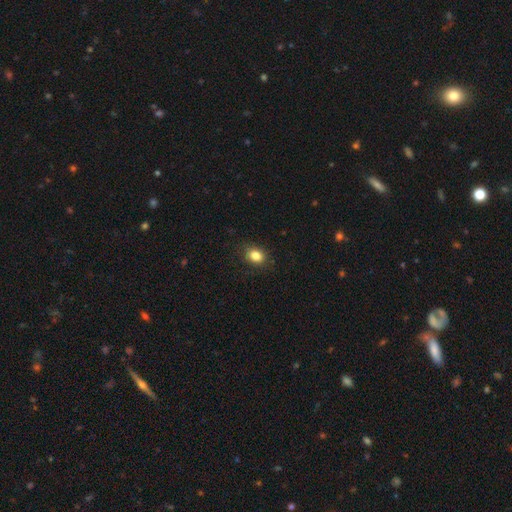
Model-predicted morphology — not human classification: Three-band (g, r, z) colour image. It shows a smooth galaxy with no disk features (84%) that is in between round and cigar-shaped (59%). Merging: none (85%).